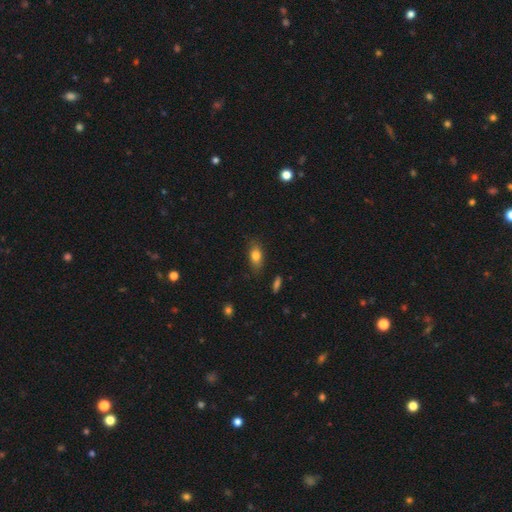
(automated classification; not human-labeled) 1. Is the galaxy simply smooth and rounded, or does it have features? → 78% smooth, 13% featured or disk, 9% star or artifact.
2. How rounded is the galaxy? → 80% in between, 11% cigar-shaped, 9% round.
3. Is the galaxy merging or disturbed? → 80% none, 15% minor disturbance, 3% major disturbance, 1% merger.